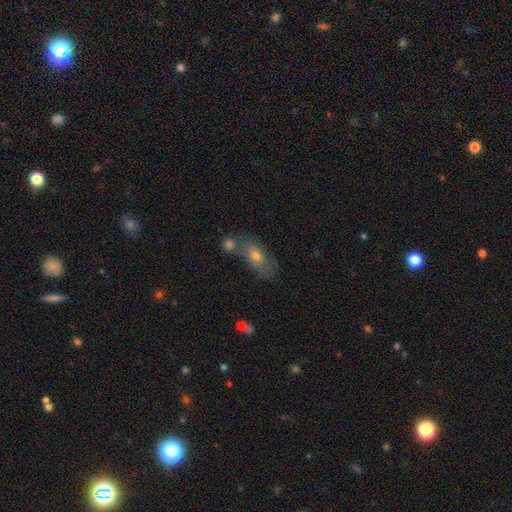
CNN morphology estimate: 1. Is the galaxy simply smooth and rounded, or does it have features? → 53% smooth, 31% featured or disk, 16% star or artifact.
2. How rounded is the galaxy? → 74% in between, 13% round, 13% cigar-shaped.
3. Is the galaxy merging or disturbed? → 55% none, 24% merger, 15% minor disturbance, 6% major disturbance.